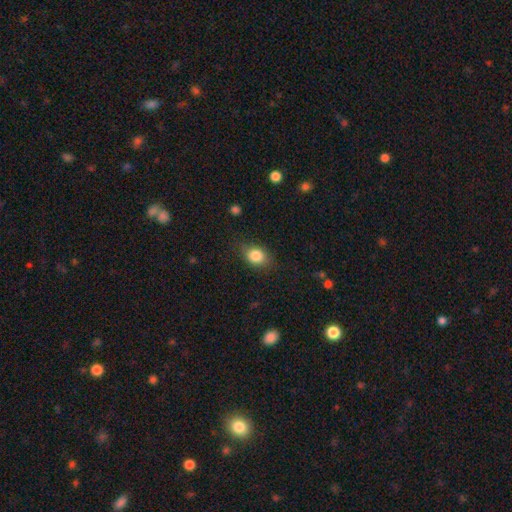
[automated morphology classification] smooth-or-featured: smooth: 83% | star or artifact: 9% | featured or disk: 8%
  how-rounded: in between: 64% | round: 34% | cigar-shaped: 2%
  merging: none: 76% | minor disturbance: 18% | major disturbance: 5% | merger: 1%